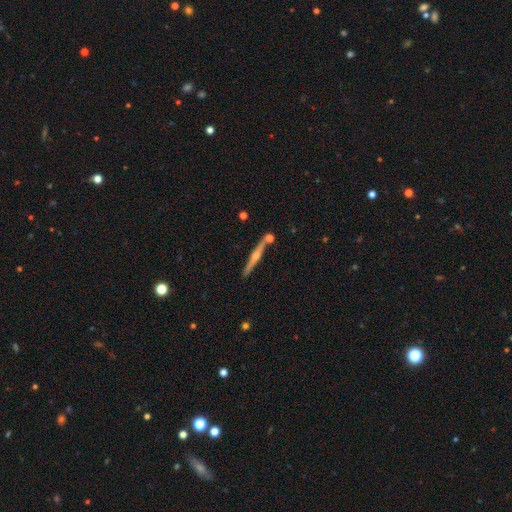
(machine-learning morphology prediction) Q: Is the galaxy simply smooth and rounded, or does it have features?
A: featured or disk — 68%.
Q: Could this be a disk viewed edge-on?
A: yes — 98%.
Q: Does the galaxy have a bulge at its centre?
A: rounded — 79%.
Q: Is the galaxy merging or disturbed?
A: none — 82%.